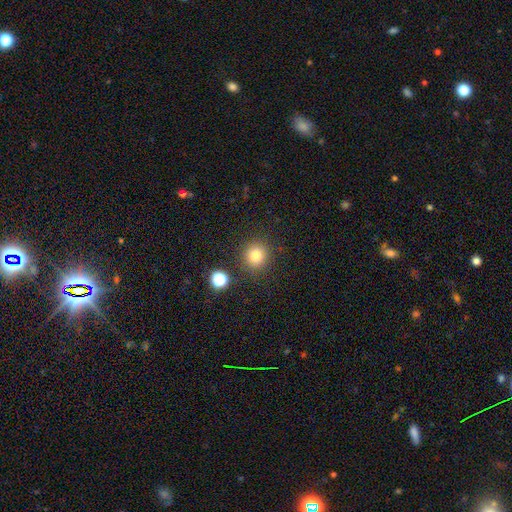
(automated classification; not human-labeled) Overall: smooth (80%). How rounded: round (92%). Merging: none (87%).